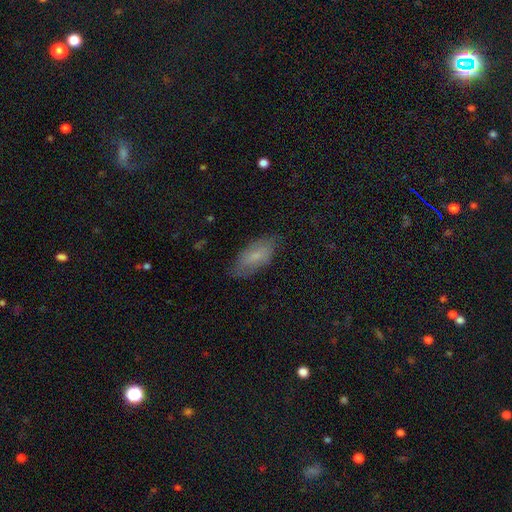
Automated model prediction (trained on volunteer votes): Q: Smooth or featured?
A: smooth (67%); runner-up: featured or disk (24%)
Q: How rounded?
A: in between (88%); runner-up: cigar-shaped (10%)
Q: Merging?
A: none (75%); runner-up: minor disturbance (19%)